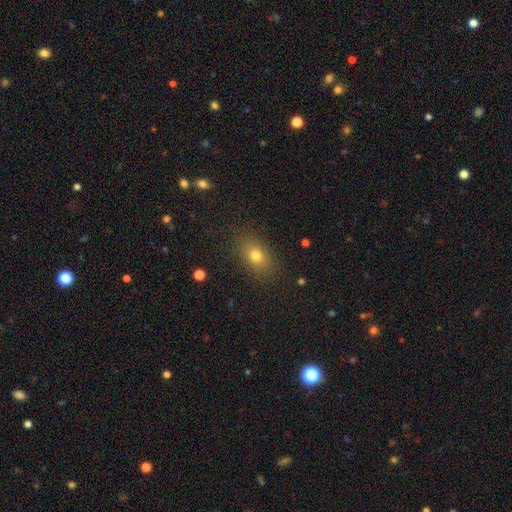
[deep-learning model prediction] A smooth galaxy with no disk features (75%) that is in between round and cigar-shaped (74%).

Vote fractions:
- Smooth or featured? smooth: 75% / star or artifact: 13% / featured or disk: 12%
- How rounded? in between: 74% / round: 23% / cigar-shaped: 3%
- Merging? none: 85% / minor disturbance: 10% / major disturbance: 4% / merger: 1%